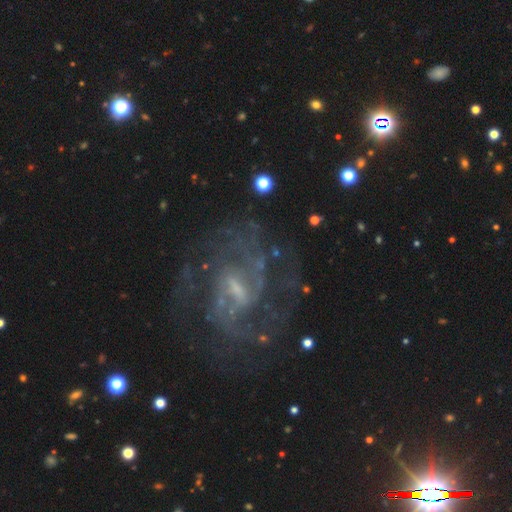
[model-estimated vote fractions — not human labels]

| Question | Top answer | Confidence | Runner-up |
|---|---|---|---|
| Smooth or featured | featured or disk | 83% | star or artifact (11%) |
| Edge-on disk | no | 97% | yes (3%) |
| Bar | weak | 56% | strong (24%) |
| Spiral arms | yes | 92% | no (8%) |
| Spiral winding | medium | 44% | tight (41%) |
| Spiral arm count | can't tell | 35% | 2 (32%) |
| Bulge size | small | 53% | moderate (25%) |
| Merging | none | 72% | minor disturbance (14%) |